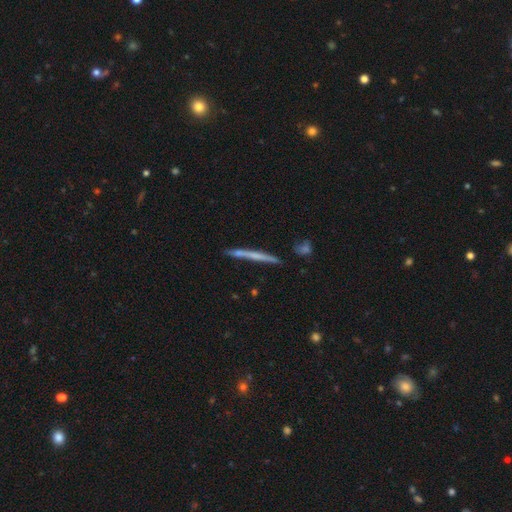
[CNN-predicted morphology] Smooth or featured? featured or disk (48%)
Merging? none (81%)